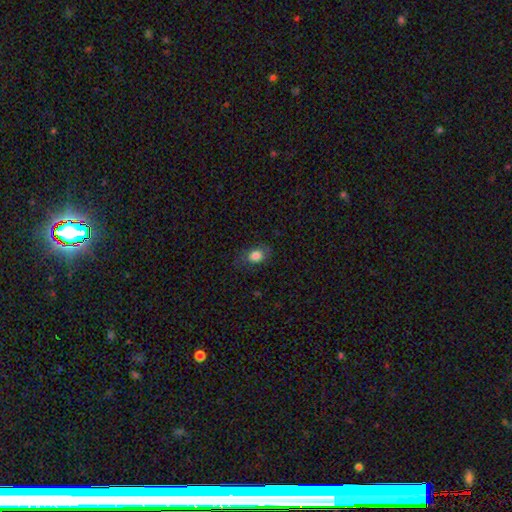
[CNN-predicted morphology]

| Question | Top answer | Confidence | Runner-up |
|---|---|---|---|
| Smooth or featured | smooth | 82% | star or artifact (9%) |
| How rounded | in between | 67% | round (31%) |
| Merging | none | 73% | minor disturbance (19%) |